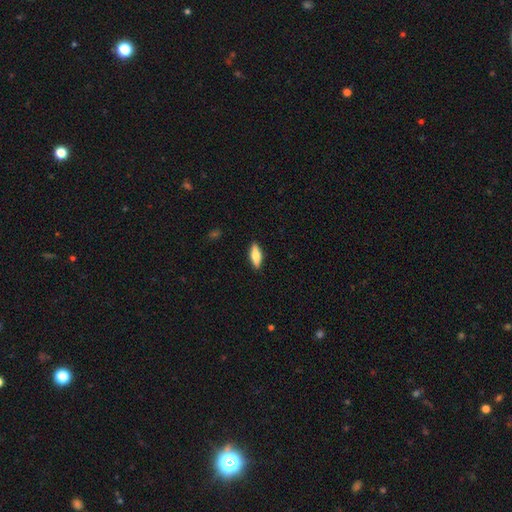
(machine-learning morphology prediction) smooth-or-featured: smooth: 66% | featured or disk: 28% | star or artifact: 6%
  how-rounded: in between: 56% | cigar-shaped: 41% | round: 2%
  merging: none: 89% | minor disturbance: 8% | major disturbance: 2% | merger: 1%